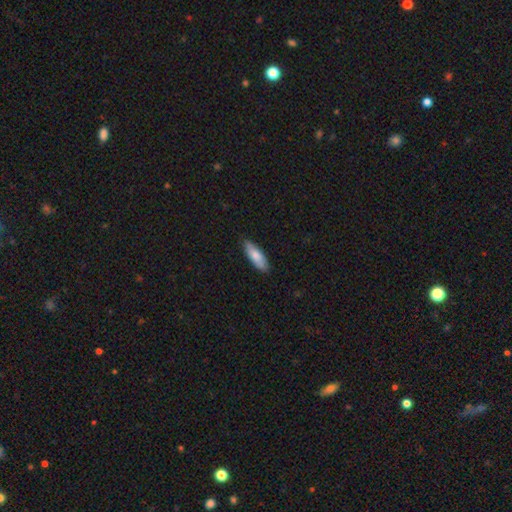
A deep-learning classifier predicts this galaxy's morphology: This is likely a smooth galaxy (78%). How rounded: possibly in between (60%). Merging: clearly none (86%).